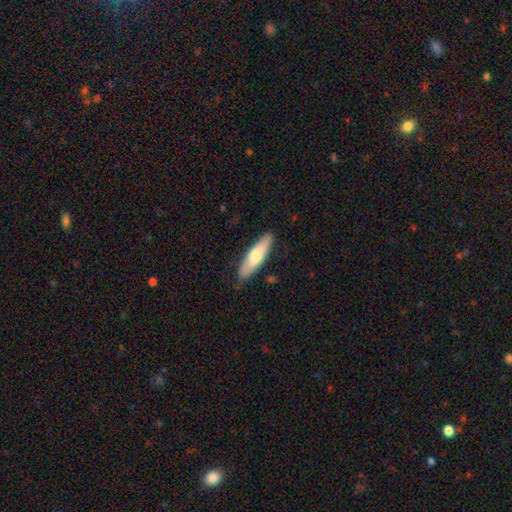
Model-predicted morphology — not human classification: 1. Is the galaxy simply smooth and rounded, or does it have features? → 66% smooth, 28% featured or disk, 5% star or artifact.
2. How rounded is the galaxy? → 64% cigar-shaped, 34% in between, 2% round.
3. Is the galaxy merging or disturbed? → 85% none, 12% minor disturbance, 2% major disturbance, 1% merger.